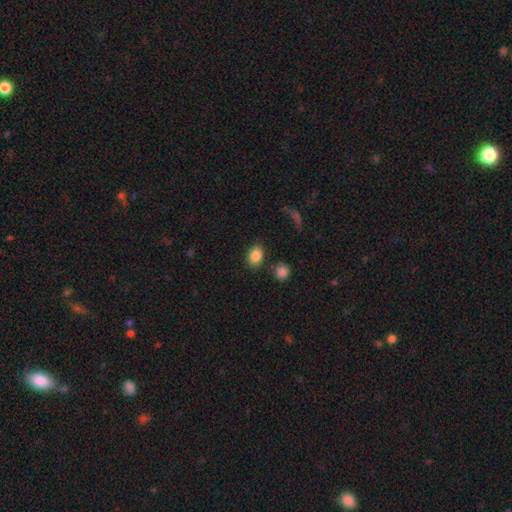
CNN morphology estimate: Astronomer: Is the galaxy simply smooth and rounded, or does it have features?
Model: smooth — 86%.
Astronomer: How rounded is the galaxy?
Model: in between — 73%.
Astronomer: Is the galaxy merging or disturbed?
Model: none — 81%.